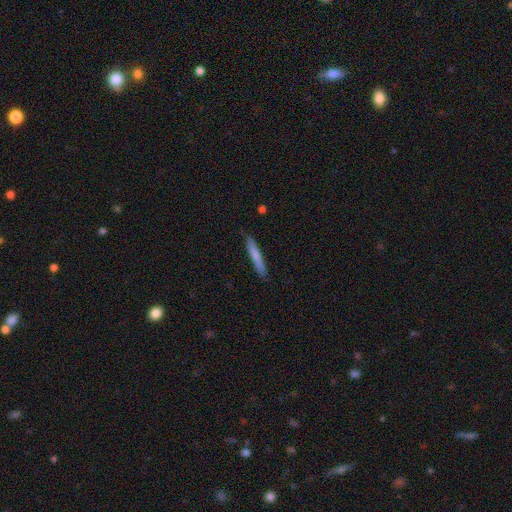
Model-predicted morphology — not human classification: A smooth galaxy with no disk features (74%) that is cigar-shaped (95%). Merging: none (88%).